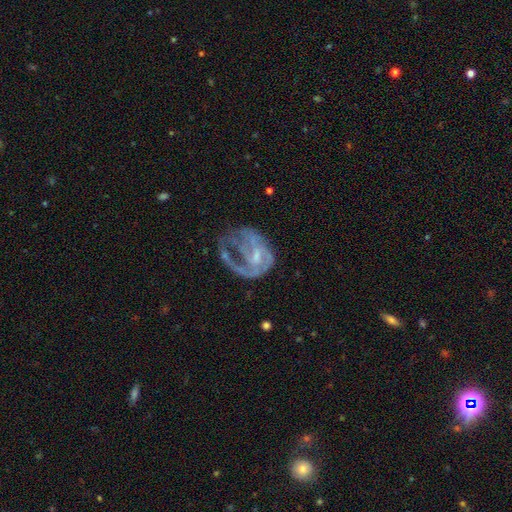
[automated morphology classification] This is likely a featured or disk galaxy (73%). It is clearly not viewed edge-on (98%). Bar: possibly no (50%). Spiral arm pattern: likely yes (63%). Central bulge: marginally small (37%). Merging: possibly major disturbance (53%).